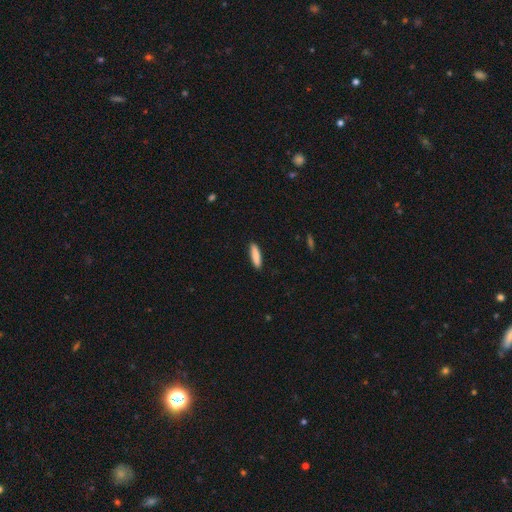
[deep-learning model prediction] Overall: smooth (86%). How rounded: cigar-shaped (75%). Merging: none (90%).